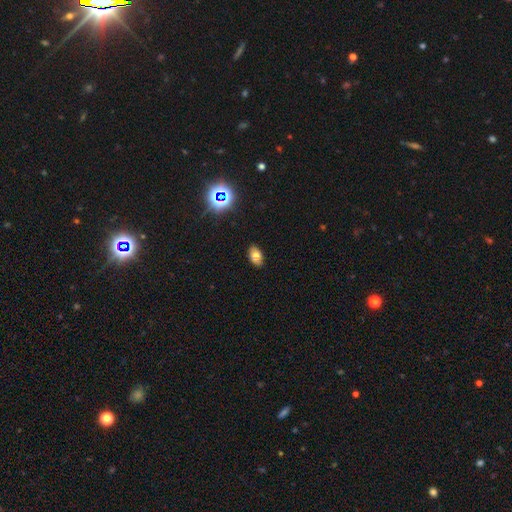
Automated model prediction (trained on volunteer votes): smooth-or-featured: smooth: 74% | star or artifact: 15% | featured or disk: 12%
  how-rounded: in between: 91% | round: 7% | cigar-shaped: 2%
  merging: none: 87% | minor disturbance: 10% | major disturbance: 2% | merger: 1%